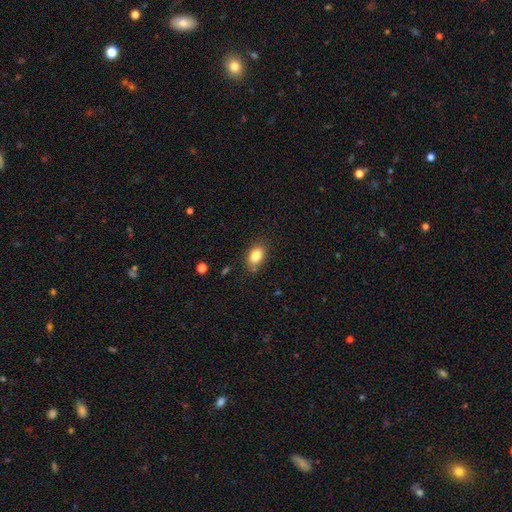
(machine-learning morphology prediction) Smooth or featured: smooth — 84% (star or artifact — 9%)
How rounded: in between — 86% (round — 13%)
Merging: none — 80% (minor disturbance — 14%)